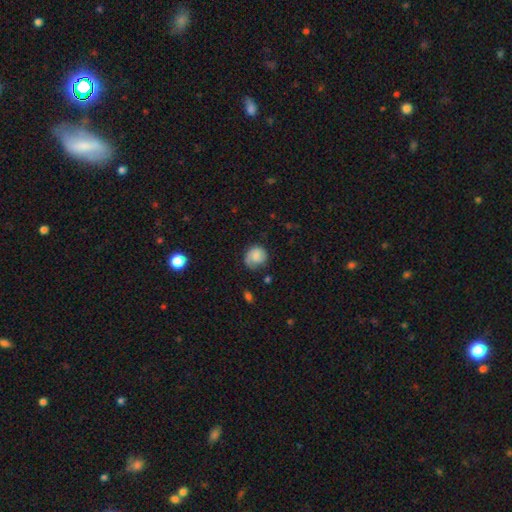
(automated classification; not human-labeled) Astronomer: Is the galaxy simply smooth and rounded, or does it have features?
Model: smooth — 58% (runner-up: featured or disk, 34%).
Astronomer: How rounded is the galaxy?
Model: round — 77%.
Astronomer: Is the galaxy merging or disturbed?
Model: none — 62%.